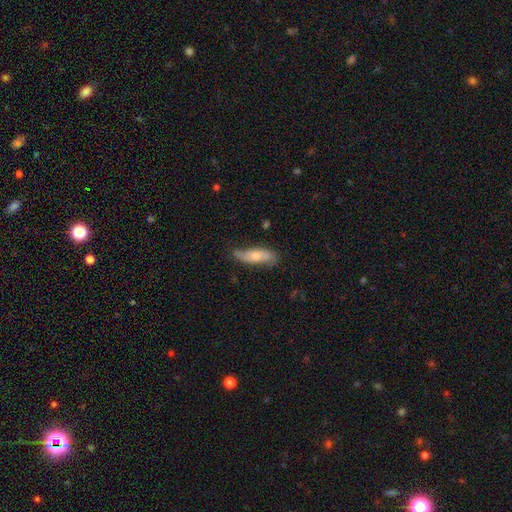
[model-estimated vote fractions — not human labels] Smooth or featured? smooth (48%)
Merging? none (71%)